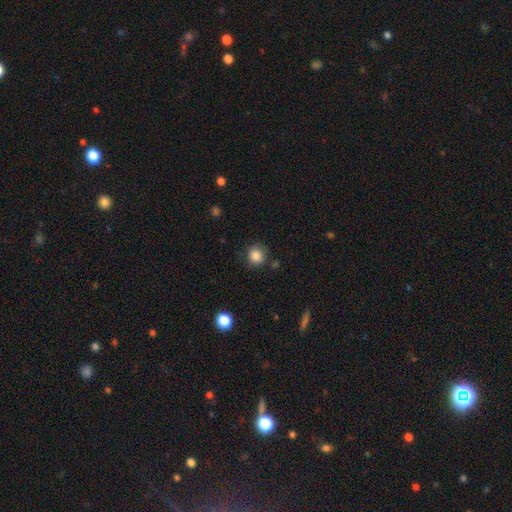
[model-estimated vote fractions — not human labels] Smooth or featured? Predicted: smooth (p=0.86). How rounded? Predicted: round (p=0.88). Merging? Predicted: none (p=0.79).